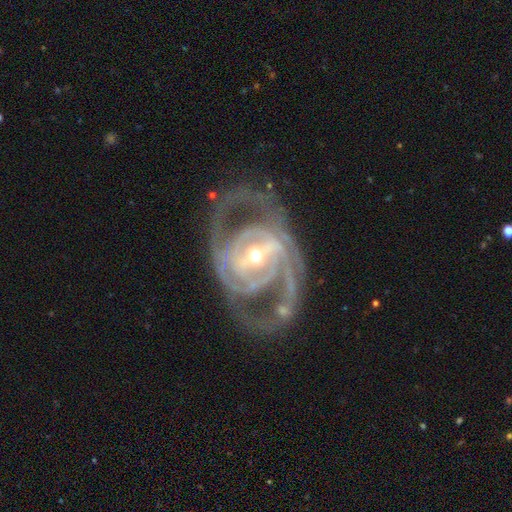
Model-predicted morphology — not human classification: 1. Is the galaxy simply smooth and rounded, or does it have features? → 91% featured or disk, 5% smooth, 4% star or artifact.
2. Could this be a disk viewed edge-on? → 97% no, 3% yes.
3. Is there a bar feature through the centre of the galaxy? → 53% strong, 31% weak, 16% no.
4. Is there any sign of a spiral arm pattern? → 94% yes, 6% no.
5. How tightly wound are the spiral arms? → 44% tight, 43% medium, 13% loose.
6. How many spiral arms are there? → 49% 2, 19% 3, 15% can't tell, 7% 4, 6% 1, 5% more than 4.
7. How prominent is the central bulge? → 53% small, 43% moderate, 3% large, 1% none, 1% dominant.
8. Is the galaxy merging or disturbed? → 56% none, 23% major disturbance, 18% minor disturbance, 3% merger.